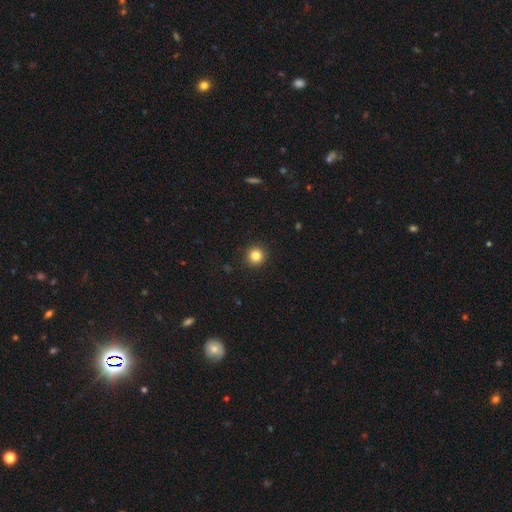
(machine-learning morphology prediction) The model was most divided on "smooth or featured": smooth: 84%, star or artifact: 11%, featured or disk: 4%. More confident: how rounded — round (95%); merging — none (92%).